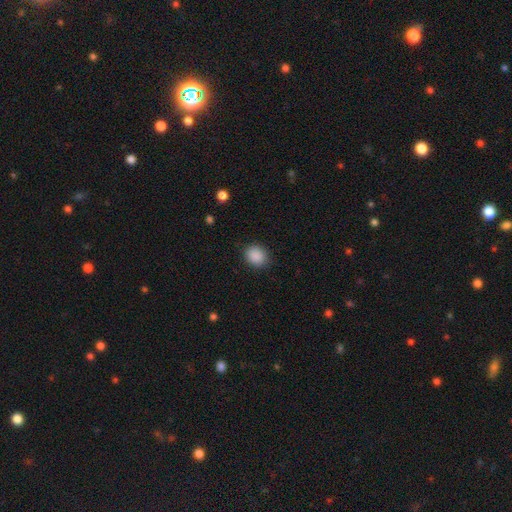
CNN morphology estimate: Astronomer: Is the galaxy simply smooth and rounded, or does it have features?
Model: smooth — 89%.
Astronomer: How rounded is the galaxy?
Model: round — 63%.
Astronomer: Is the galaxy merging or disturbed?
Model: none — 87%.